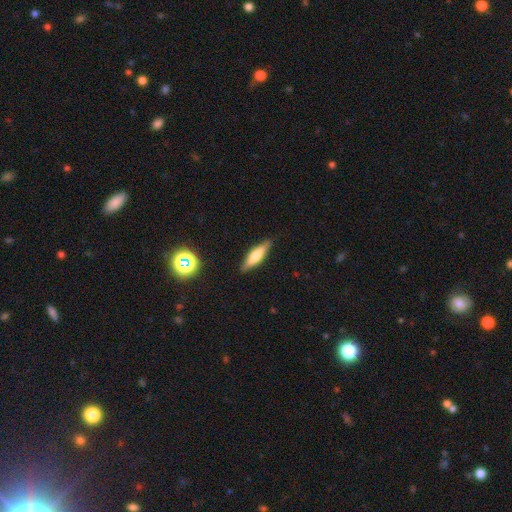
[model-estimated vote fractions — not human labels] smooth-or-featured: smooth: 51% | featured or disk: 41% | star or artifact: 8%
  how-rounded: cigar-shaped: 68% | in between: 30% | round: 2%
  merging: none: 87% | minor disturbance: 10% | major disturbance: 2% | merger: 1%